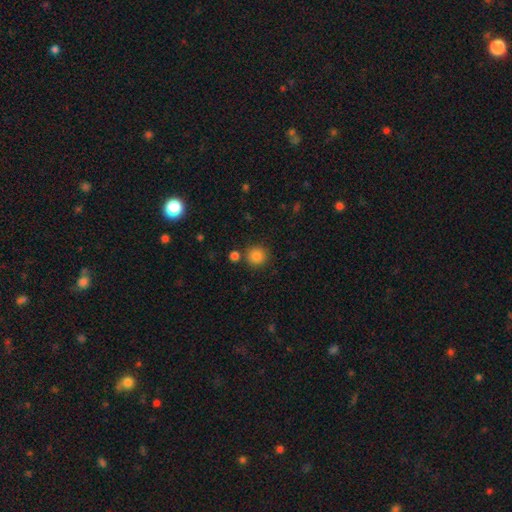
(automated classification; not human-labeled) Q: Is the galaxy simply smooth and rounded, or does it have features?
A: smooth — 85%.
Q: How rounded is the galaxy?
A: round — 93%.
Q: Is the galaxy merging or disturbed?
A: none — 83%.